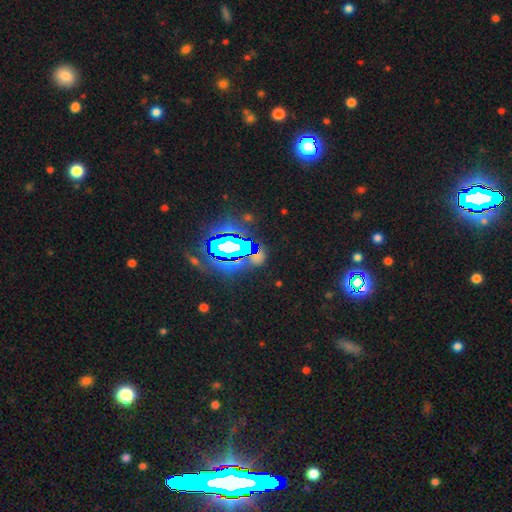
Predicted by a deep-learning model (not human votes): Smooth or featured? Predicted: star or artifact (p=0.69).